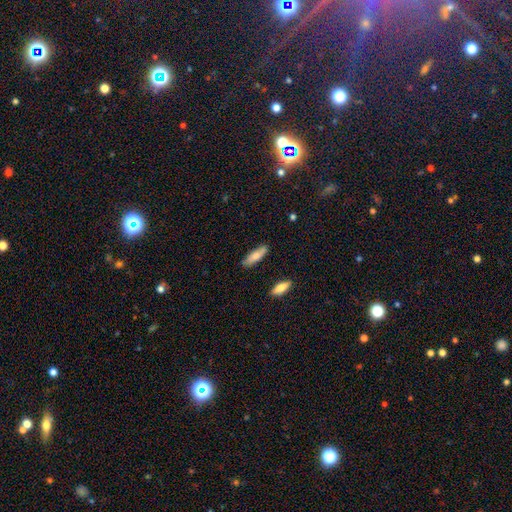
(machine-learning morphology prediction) Smooth or featured?
  - smooth: 77% *
  - featured or disk: 17%
  - star or artifact: 6%
How rounded?
  - cigar-shaped: 53% *
  - in between: 45%
  - round: 2%
Merging?
  - none: 82% *
  - minor disturbance: 13%
  - merger: 3%
  - major disturbance: 2%